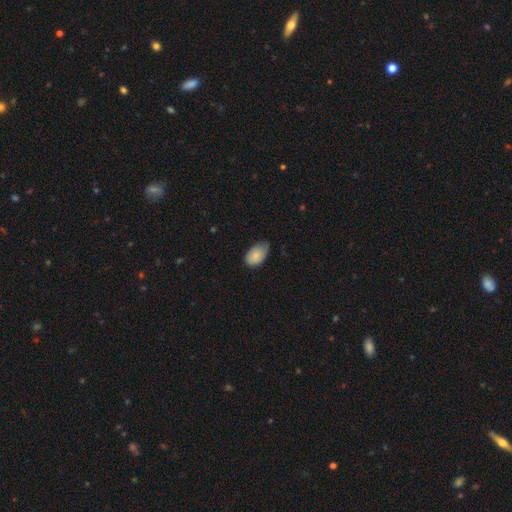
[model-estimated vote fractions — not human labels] Smooth or featured? Predicted: smooth (p=0.83). How rounded? Predicted: in between (p=0.92). Merging? Predicted: none (p=0.56).